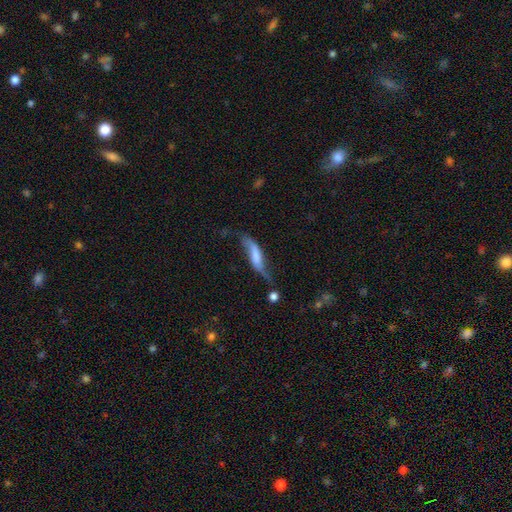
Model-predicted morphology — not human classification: A featured or disk galaxy (56%). Merging: none (36%).